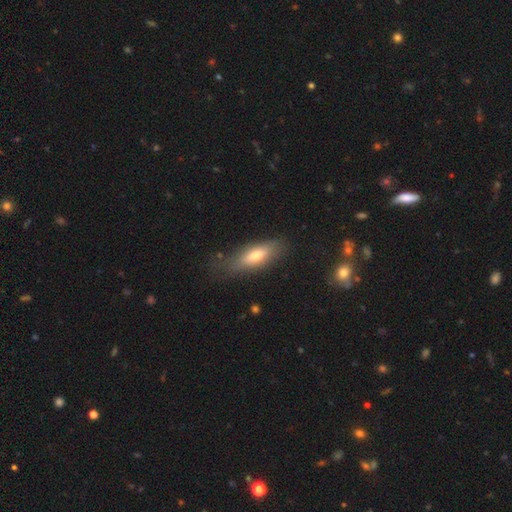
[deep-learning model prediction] smooth_or_featured: smooth (p=0.67) [alt: featured or disk p=0.27]
how_rounded: in between (p=0.58) [alt: cigar-shaped p=0.39]
merging: none (p=0.75) [alt: minor disturbance p=0.18]